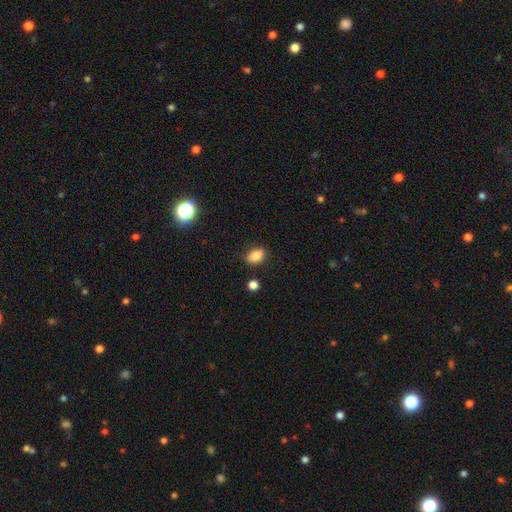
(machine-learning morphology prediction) smooth 85%, star or artifact 10%, featured or disk 5%. Down the decision tree: how rounded — in between (84%); merging — none (80%).